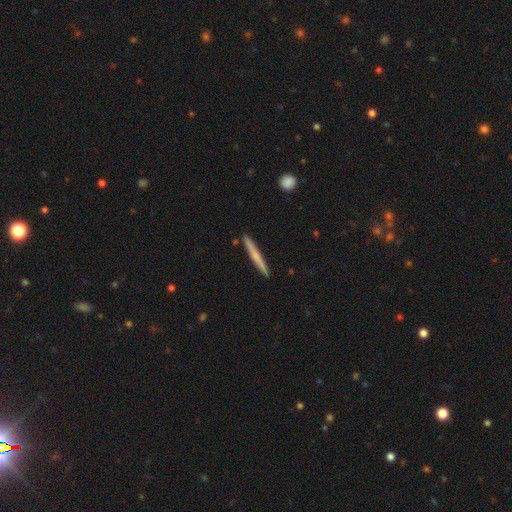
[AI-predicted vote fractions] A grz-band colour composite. It shows a smooth galaxy with no disk features (57%) that is cigar-shaped (97%). Merging: none (92%).